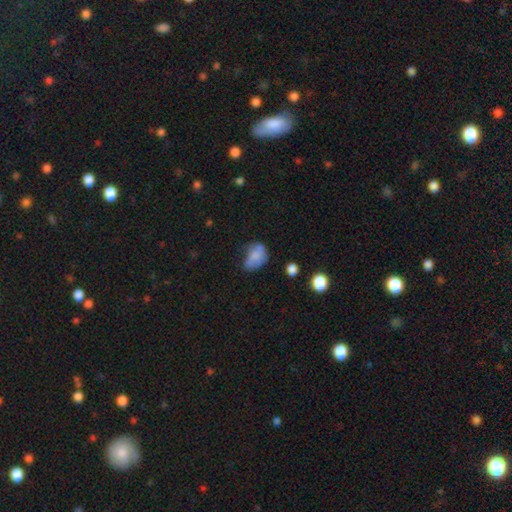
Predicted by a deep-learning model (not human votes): Smooth or featured? smooth (72%)
How rounded? in between (78%)
Merging? none (38%)